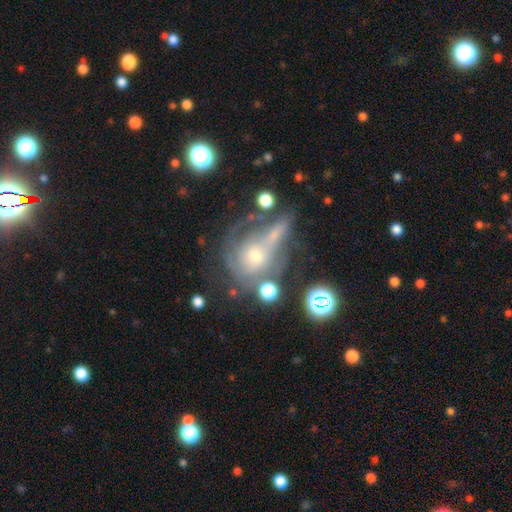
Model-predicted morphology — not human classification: A featured or disk galaxy (62%) with no bar (71%), spiral arms (66%) and a small central bulge (56%). Merging: none (35%).